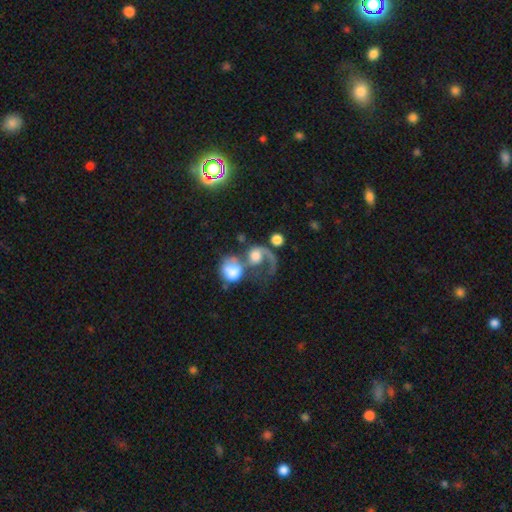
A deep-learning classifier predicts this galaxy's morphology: smooth-or-featured: featured or disk: 59% | smooth: 33% | star or artifact: 8%
  disk-edge-on: no: 97% | yes: 3%
    bar: no: 71% | weak: 23% | strong: 6%
    has-spiral-arms: yes: 80% | no: 20%
    bulge-size: large: 36% | moderate: 31% | small: 12% | none: 10% | dominant: 10%
  merging: merger: 53% | major disturbance: 25% | none: 15% | minor disturbance: 7%